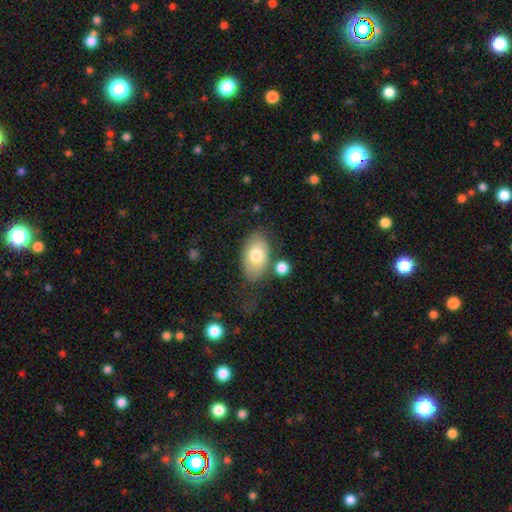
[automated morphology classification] Smooth or featured?
  - smooth: 75% *
  - featured or disk: 19%
  - star or artifact: 7%
How rounded?
  - in between: 92% *
  - round: 7%
  - cigar-shaped: 1%
Merging?
  - none: 69% *
  - minor disturbance: 17%
  - merger: 7%
  - major disturbance: 6%